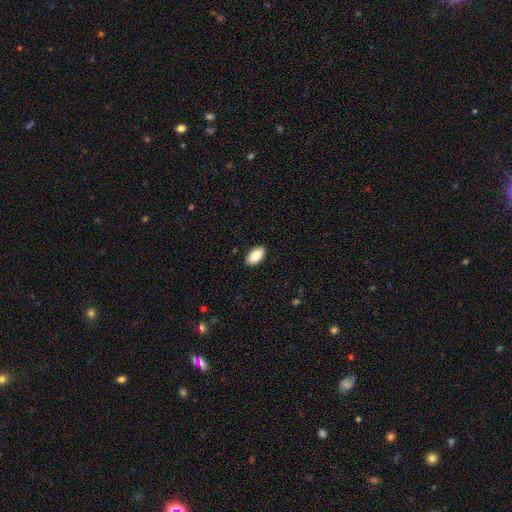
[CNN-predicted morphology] smooth 88%, star or artifact 6%, featured or disk 6%. Down the decision tree: how rounded — in between (95%); merging — none (90%).